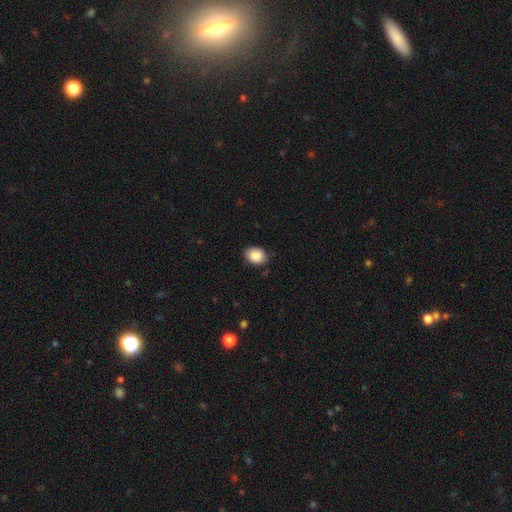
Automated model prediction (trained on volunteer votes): A smooth galaxy with no disk features (88%) that is in between round and cigar-shaped (53%). Merging: none (79%).